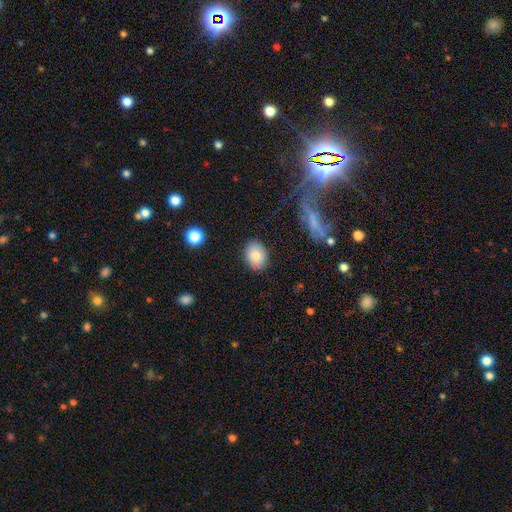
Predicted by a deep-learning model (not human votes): Smooth or featured?
  - smooth: 83% *
  - featured or disk: 9%
  - star or artifact: 8%
How rounded?
  - in between: 63% *
  - round: 36%
  - cigar-shaped: 1%
Merging?
  - none: 84% *
  - minor disturbance: 12%
  - major disturbance: 3%
  - merger: 2%